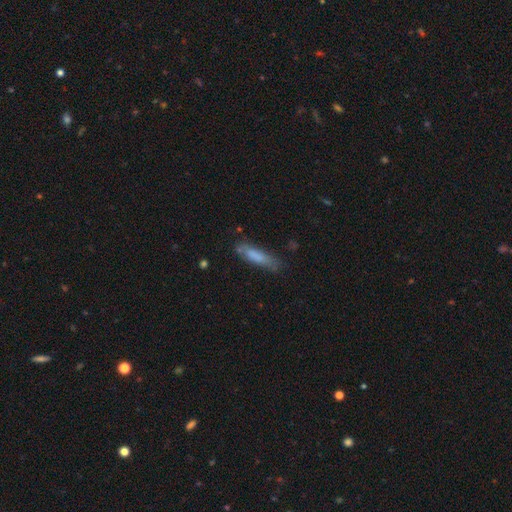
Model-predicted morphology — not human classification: A smooth galaxy with no disk features (75%) that is cigar-shaped (74%). Merging: none (68%).